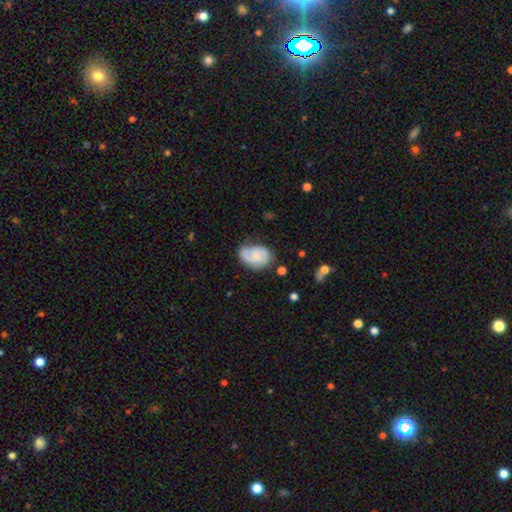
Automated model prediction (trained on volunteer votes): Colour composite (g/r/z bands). It shows a featured or disk galaxy (61%) with no bar (55%), 2 (73%) medium (44%) spiral arms (90%) and a small central bulge (47%). Merging: none (63%).